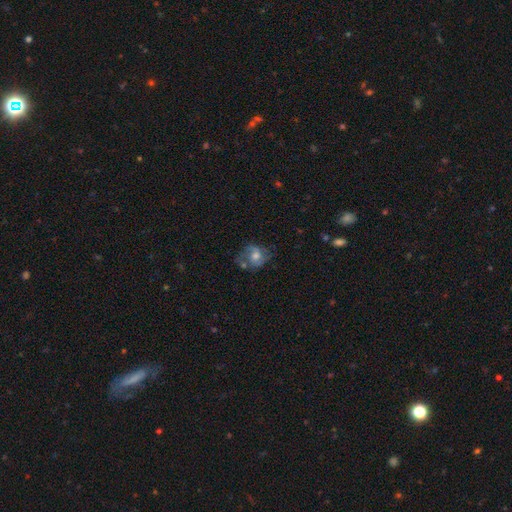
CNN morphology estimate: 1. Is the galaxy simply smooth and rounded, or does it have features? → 59% featured or disk, 33% smooth, 9% star or artifact.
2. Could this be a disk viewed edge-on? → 97% no, 3% yes.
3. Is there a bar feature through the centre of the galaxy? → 63% no, 31% weak, 6% strong.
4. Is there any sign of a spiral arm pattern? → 81% yes, 19% no.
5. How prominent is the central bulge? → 63% moderate, 18% large, 14% small, 3% none, 2% dominant.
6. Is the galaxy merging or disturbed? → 51% none, 25% minor disturbance, 15% major disturbance, 9% merger.